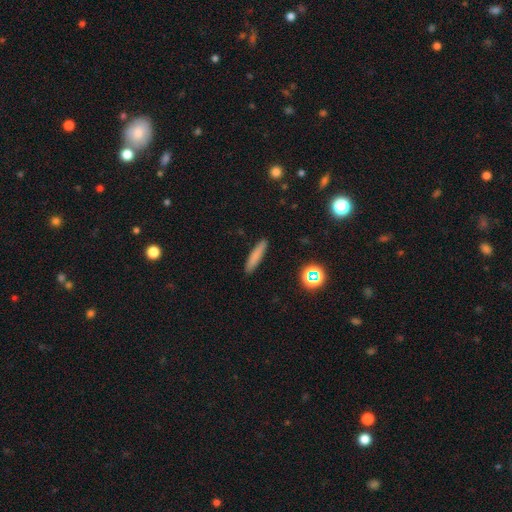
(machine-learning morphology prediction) smooth_or_featured: smooth (p=0.80) [alt: featured or disk p=0.11]
how_rounded: cigar-shaped (p=0.89) [alt: in between p=0.09]
merging: none (p=0.90) [alt: minor disturbance p=0.07]